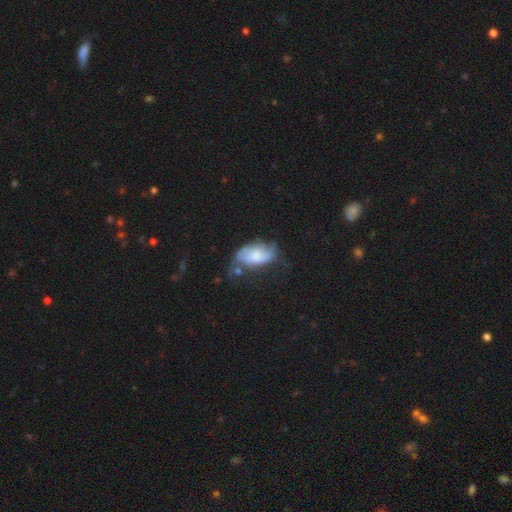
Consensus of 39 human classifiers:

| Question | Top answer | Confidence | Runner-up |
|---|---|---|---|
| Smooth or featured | featured or disk | 59% | smooth (38%) |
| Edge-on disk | no | 91% | yes (9%) |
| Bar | no | 62% | weak (24%) |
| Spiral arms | yes | 81% | no (19%) |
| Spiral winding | loose | 47% | medium (35%) |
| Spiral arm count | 2 | 47% | can't tell (29%) |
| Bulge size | moderate | 43% | large (33%) |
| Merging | major disturbance | 45% | none (24%) |